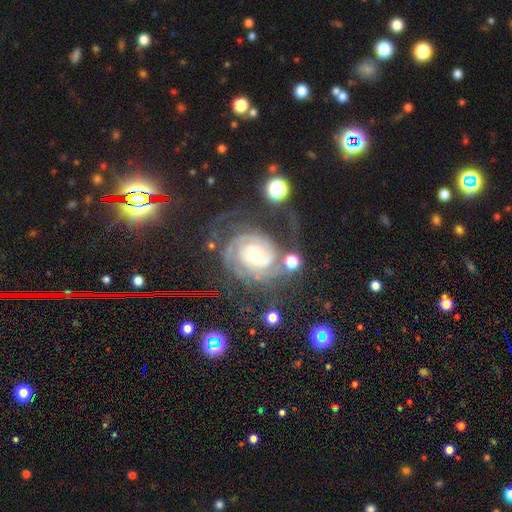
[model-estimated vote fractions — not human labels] This is clearly a featured or disk galaxy (86%). It is clearly not viewed edge-on (97%). Bar: likely no (73%). Spiral arm pattern: clearly yes (96%). Spiral arm count: marginally 2 (33%). Spiral winding: likely tight (67%). Central bulge: marginally moderate (42%, tied with small). Merging: possibly none (54%).